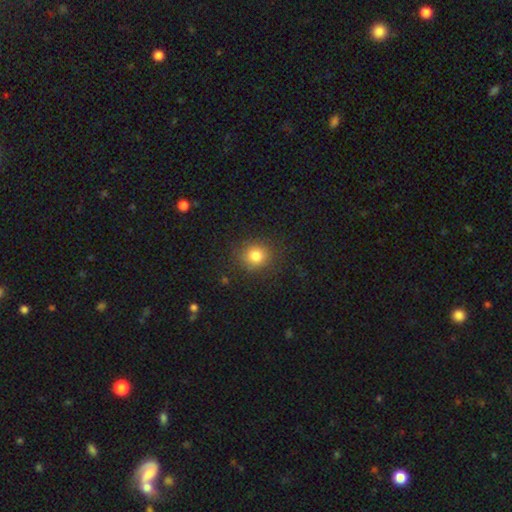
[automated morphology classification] smooth 81%, star or artifact 13%, featured or disk 6%. Down the decision tree: how rounded — round (86%); merging — none (86%).